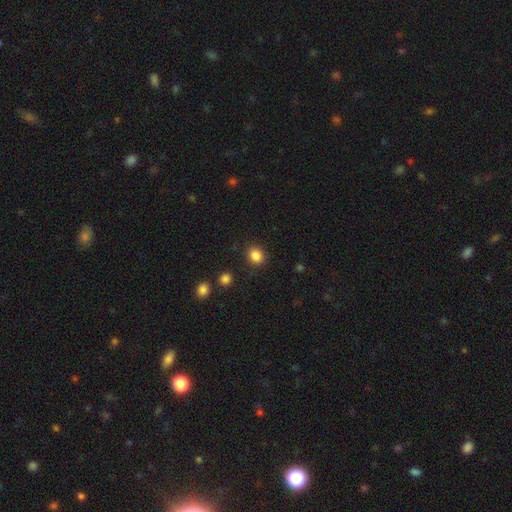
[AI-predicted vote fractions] This is clearly a smooth galaxy (86%). How rounded: likely round (64%). Merging: clearly none (87%).